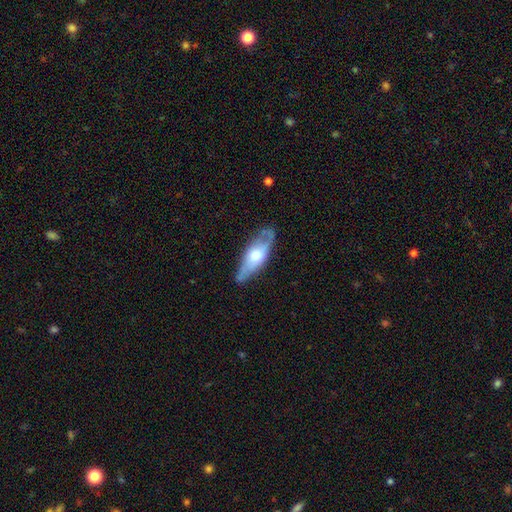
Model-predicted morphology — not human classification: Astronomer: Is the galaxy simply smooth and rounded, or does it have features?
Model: featured or disk — 56% (runner-up: smooth, 38%).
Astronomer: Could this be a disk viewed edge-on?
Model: yes — 57% (runner-up: no, 43%).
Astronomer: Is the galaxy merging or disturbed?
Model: none — 74%.